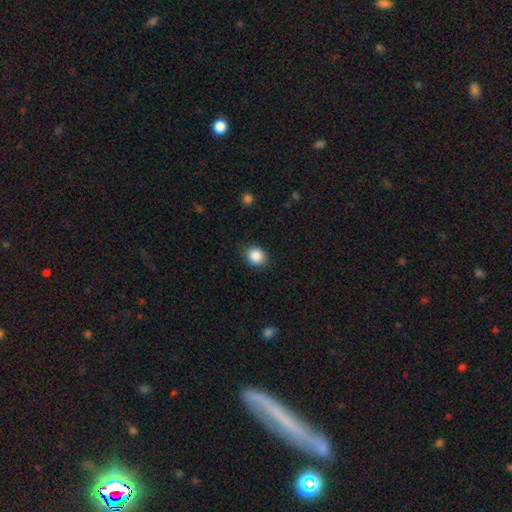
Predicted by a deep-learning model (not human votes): smooth-or-featured: smooth: 87% | star or artifact: 9% | featured or disk: 4%
  how-rounded: round: 70% | in between: 29% | cigar-shaped: 1%
  merging: none: 87% | minor disturbance: 10% | major disturbance: 3% | merger: 1%